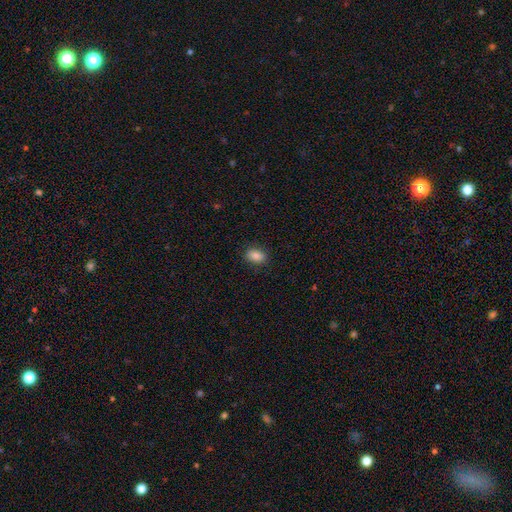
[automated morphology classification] type=smooth (83%); roundness=in between (82%); merging=none (87%).